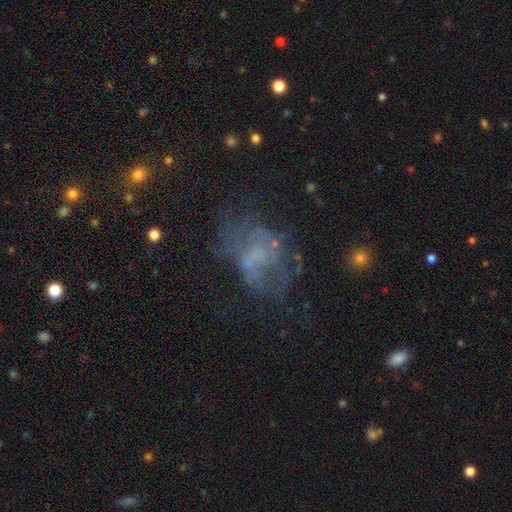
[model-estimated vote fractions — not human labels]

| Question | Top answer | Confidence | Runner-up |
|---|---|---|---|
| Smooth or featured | featured or disk | 54% | smooth (27%) |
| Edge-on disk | no | 97% | yes (3%) |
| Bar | no | 76% | weak (19%) |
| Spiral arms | no | 72% | yes (28%) |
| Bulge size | none | 59% | small (19%) |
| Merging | none | 42% | major disturbance (33%) |